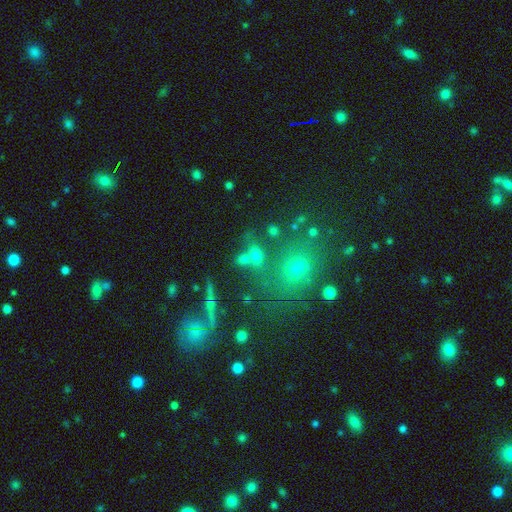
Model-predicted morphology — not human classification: This appears to be a smooth galaxy with no disk features (62%) that is in between round and cigar-shaped (59%). Merging: none (54%).